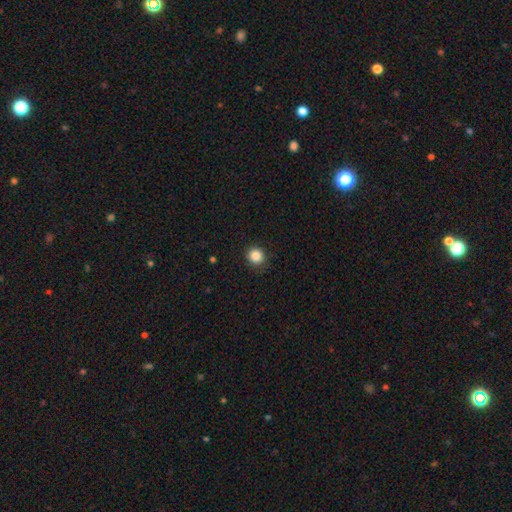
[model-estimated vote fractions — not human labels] Morphology: type=smooth (86%); roundness=round (90%); merging=none (89%).